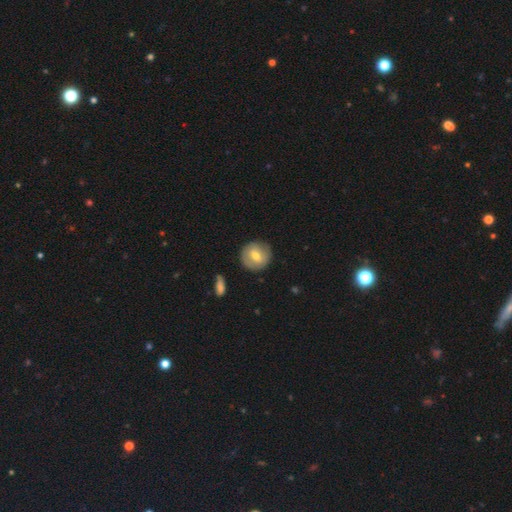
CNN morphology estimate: smooth_or_featured: smooth (p=0.57) [alt: featured or disk p=0.36]
how_rounded: round (p=0.90) [alt: in between p=0.09]
merging: none (p=0.85) [alt: minor disturbance p=0.11]